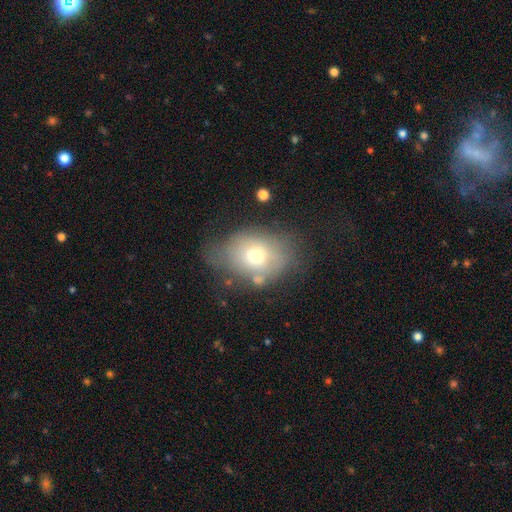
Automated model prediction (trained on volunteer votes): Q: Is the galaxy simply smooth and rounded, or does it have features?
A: smooth — 63%.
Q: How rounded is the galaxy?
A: in between — 60%.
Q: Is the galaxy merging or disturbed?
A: none — 48%.